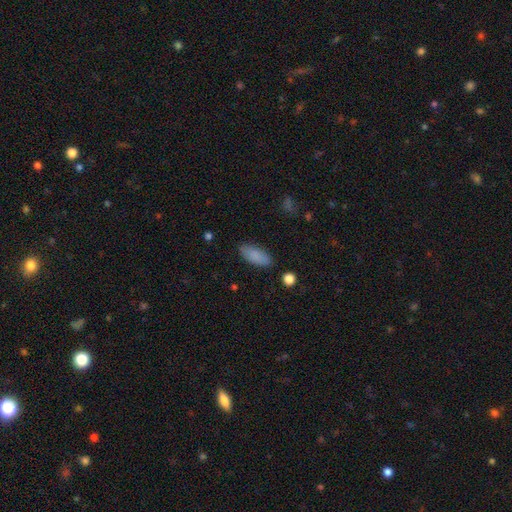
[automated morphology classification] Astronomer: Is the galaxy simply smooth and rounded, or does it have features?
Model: smooth — 87%.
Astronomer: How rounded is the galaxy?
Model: in between — 85%.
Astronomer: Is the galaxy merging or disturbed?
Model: none — 85%.